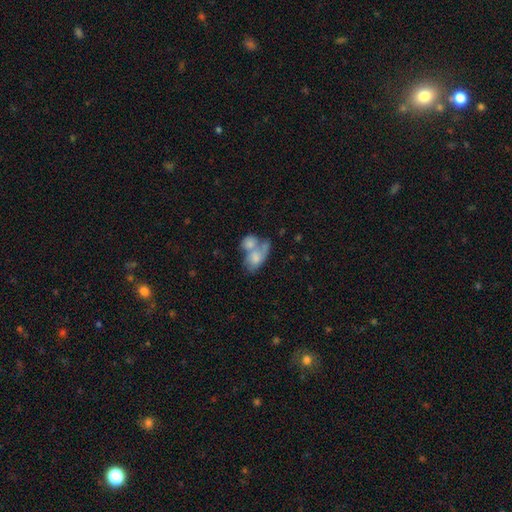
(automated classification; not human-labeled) smooth_or_featured: smooth (p=0.66) [alt: featured or disk p=0.26]
how_rounded: in between (p=0.79) [alt: round p=0.18]
merging: merger (p=0.68) [alt: none p=0.15]